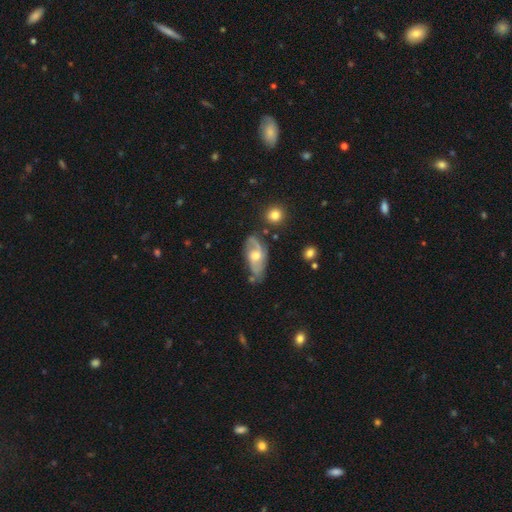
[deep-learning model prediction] Morphology: type=featured or disk (69%); edge-on=no (91%); bar=no (61%); spiral arms=yes (87%); winding=medium (44%); arm count=2 (73%); bulge=moderate (68%); merging=none (59%).